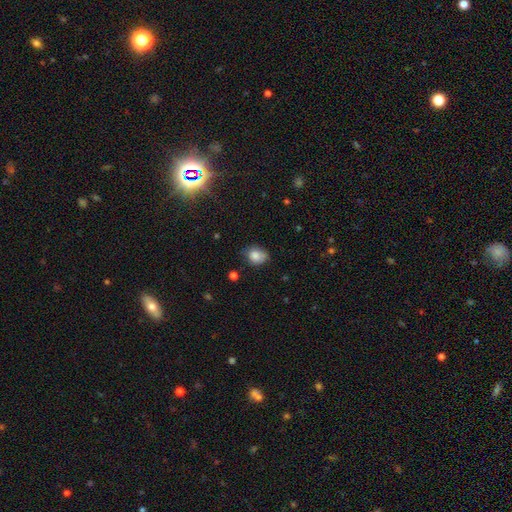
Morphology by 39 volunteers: A smooth galaxy with no disk features (79%) that is in between round and cigar-shaped (58%). Merging: minor disturbance (51%).